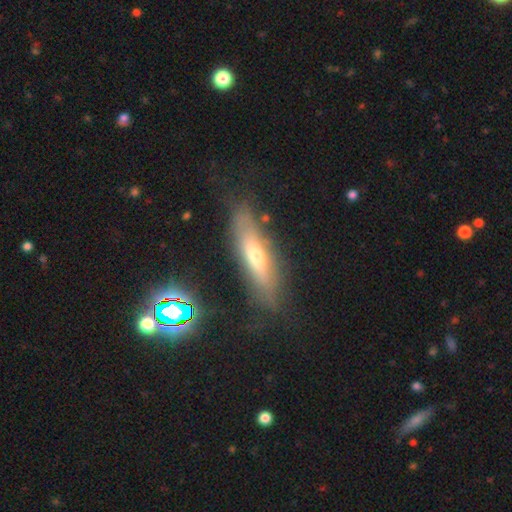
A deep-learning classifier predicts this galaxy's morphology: A featured or disk galaxy (48%). Merging: none (76%).